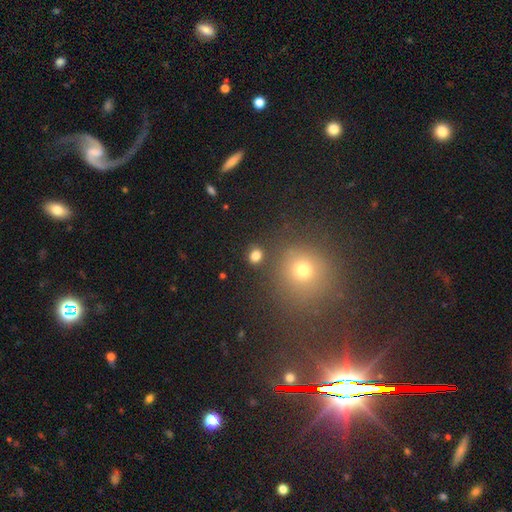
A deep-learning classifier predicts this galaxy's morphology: smooth 80%, star or artifact 14%, featured or disk 5%. Down the decision tree: how rounded — round (67%); merging — none (85%).